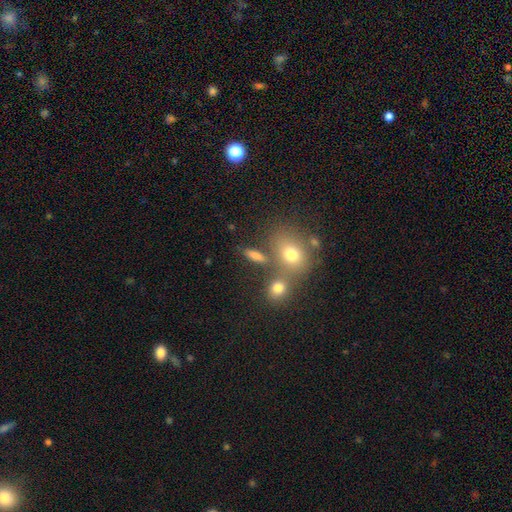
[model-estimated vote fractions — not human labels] Overall: smooth (74%). How rounded: in between (54%; round 27%). Merging: none (64%).